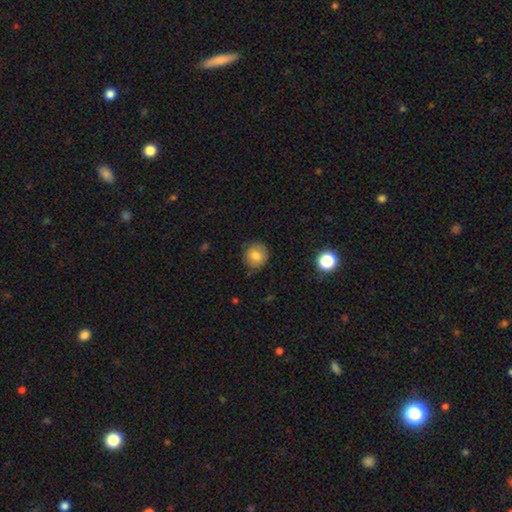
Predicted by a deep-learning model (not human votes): Smooth or featured: smooth — 80% (star or artifact — 10%)
How rounded: round — 89% (in between — 10%)
Merging: none — 84% (minor disturbance — 12%)